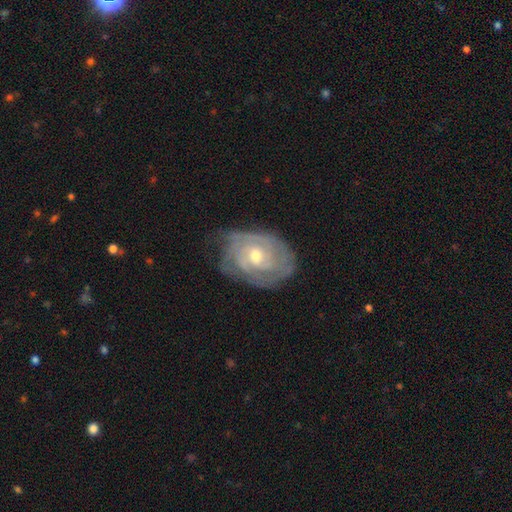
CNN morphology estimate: Smooth or featured?
  - featured or disk: 81% *
  - smooth: 13%
  - star or artifact: 6%
Edge-on disk?
  - no: 97% *
  - yes: 3%
Bar?
  - no: 63% *
  - weak: 32%
  - strong: 5%
Spiral arms?
  - yes: 90% *
  - no: 10%
Spiral winding?
  - tight: 69% *
  - medium: 24%
  - loose: 7%
Spiral arm count?
  - can't tell: 44% *
  - 2: 21%
  - 3: 18%
  - 4: 8%
  - 1: 5%
  - more than 4: 4%
Bulge size?
  - moderate: 55% *
  - small: 41%
  - large: 2%
  - none: 1%
  - dominant: 1%
Merging?
  - none: 60% *
  - minor disturbance: 27%
  - major disturbance: 11%
  - merger: 1%